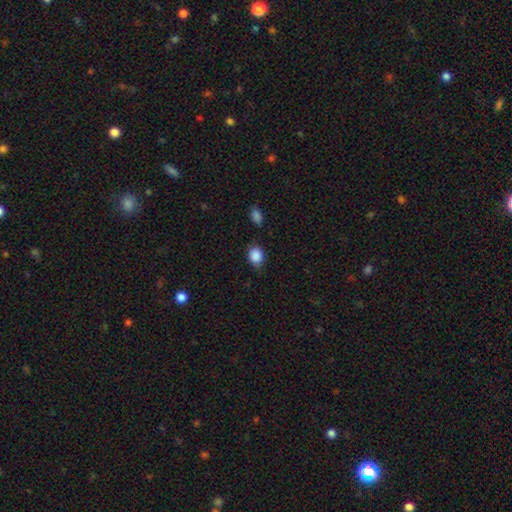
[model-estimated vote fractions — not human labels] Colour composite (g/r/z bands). It shows a smooth galaxy with no disk features (87%) that is round (52%). Merging: none (75%).